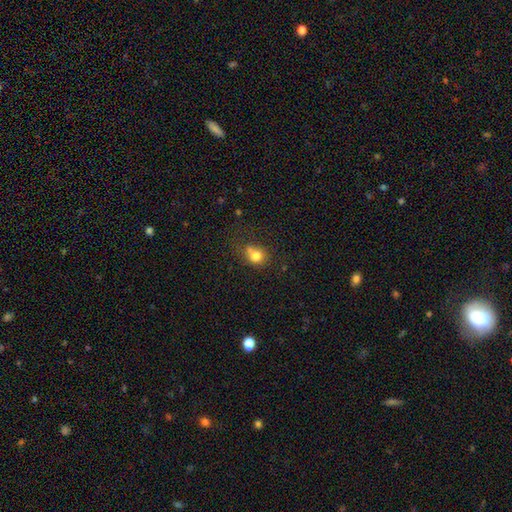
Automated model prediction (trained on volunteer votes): A smooth galaxy with no disk features (77%) that is round (74%).

Vote fractions:
- Smooth or featured? smooth: 77% / star or artifact: 12% / featured or disk: 11%
- How rounded? round: 74% / in between: 25% / cigar-shaped: 1%
- Merging? none: 48% / merger: 28% / minor disturbance: 17% / major disturbance: 8%